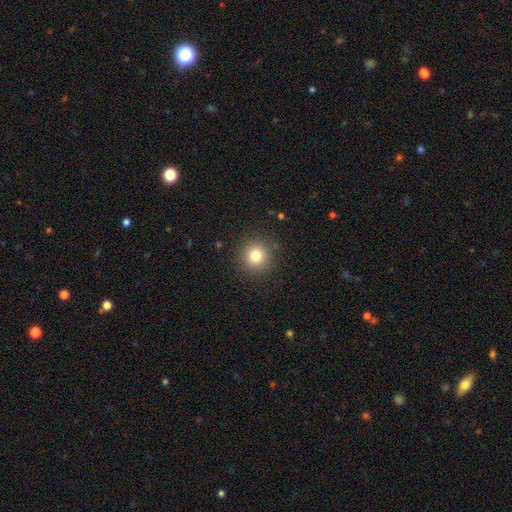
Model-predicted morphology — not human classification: smooth-or-featured: smooth: 80% | star or artifact: 12% | featured or disk: 8%
  how-rounded: round: 95% | in between: 4% | cigar-shaped: 1%
  merging: none: 90% | minor disturbance: 6% | major disturbance: 3% | merger: 1%